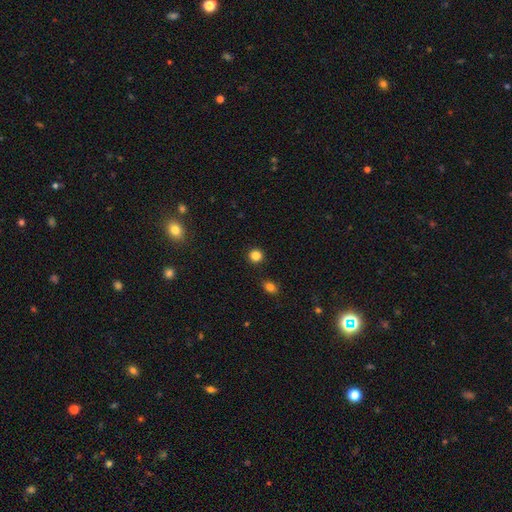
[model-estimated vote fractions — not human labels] Q: Smooth or featured?
A: smooth (84%); runner-up: star or artifact (13%)
Q: How rounded?
A: round (92%); runner-up: in between (7%)
Q: Merging?
A: none (91%); runner-up: minor disturbance (5%)